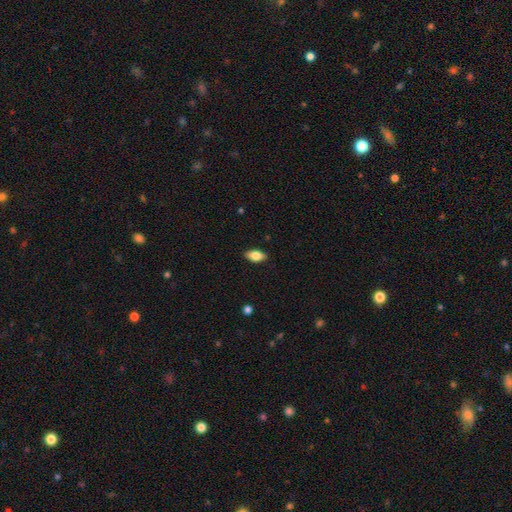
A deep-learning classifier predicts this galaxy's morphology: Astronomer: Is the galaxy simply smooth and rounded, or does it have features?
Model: smooth — 76%.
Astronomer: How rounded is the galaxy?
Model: in between — 89%.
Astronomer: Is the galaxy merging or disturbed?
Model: none — 88%.